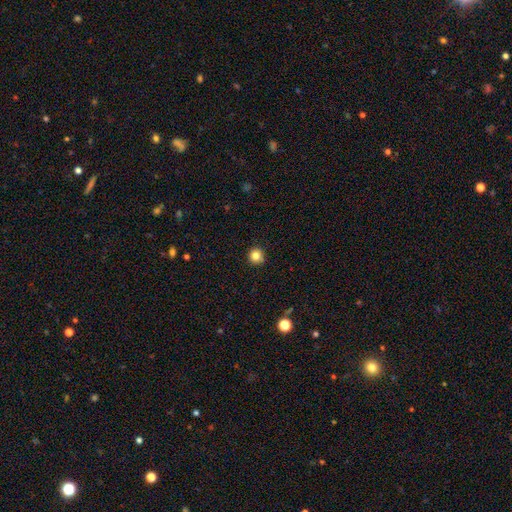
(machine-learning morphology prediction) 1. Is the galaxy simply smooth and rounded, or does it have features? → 83% smooth, 12% star or artifact, 5% featured or disk.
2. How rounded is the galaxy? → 94% round, 5% in between, 1% cigar-shaped.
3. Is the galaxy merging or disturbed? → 90% none, 6% minor disturbance, 2% major disturbance, 1% merger.